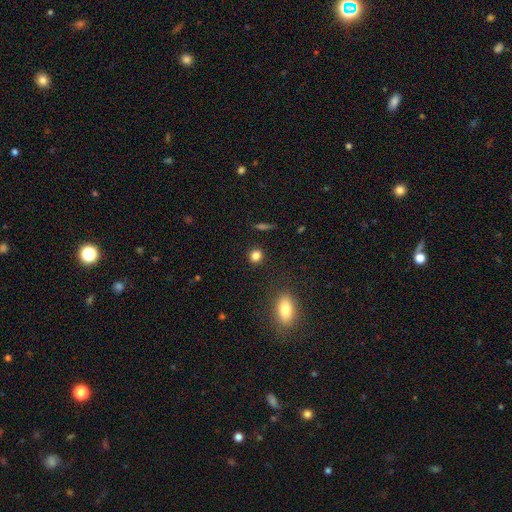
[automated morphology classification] Smooth or featured? smooth (84%)
How rounded? round (84%)
Merging? none (89%)